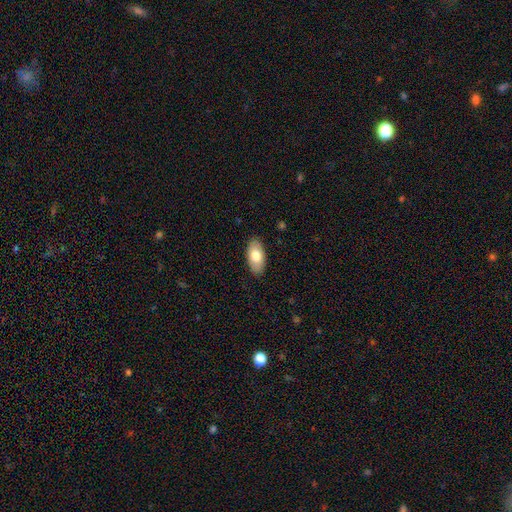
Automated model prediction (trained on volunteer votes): Overall: smooth (76%). How rounded: in between (94%). Merging: none (87%).